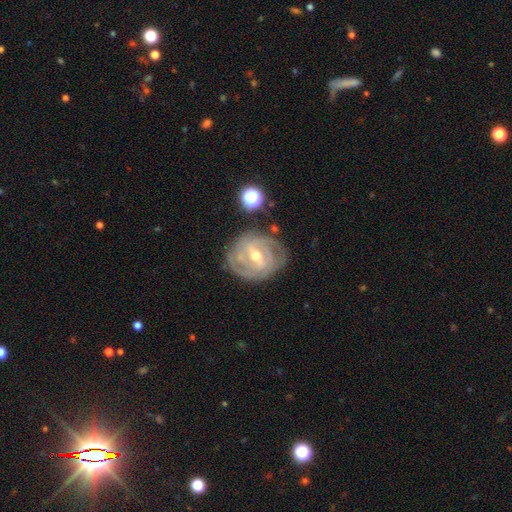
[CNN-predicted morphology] This appears to be a featured or disk galaxy (86%) with a weak bar (49%), 2 (28%) tight (70%) spiral arms (94%) and a moderate central bulge (61%). Merging: none (76%).